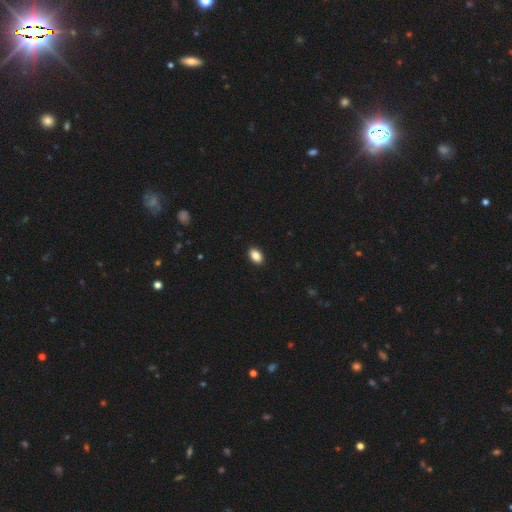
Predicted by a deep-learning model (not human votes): A smooth galaxy with no disk features (87%) that is in between round and cigar-shaped (89%).

Vote fractions:
- Smooth or featured? smooth: 87% / star or artifact: 8% / featured or disk: 5%
- How rounded? in between: 89% / round: 9% / cigar-shaped: 2%
- Merging? none: 91% / minor disturbance: 7% / major disturbance: 2% / merger: 1%